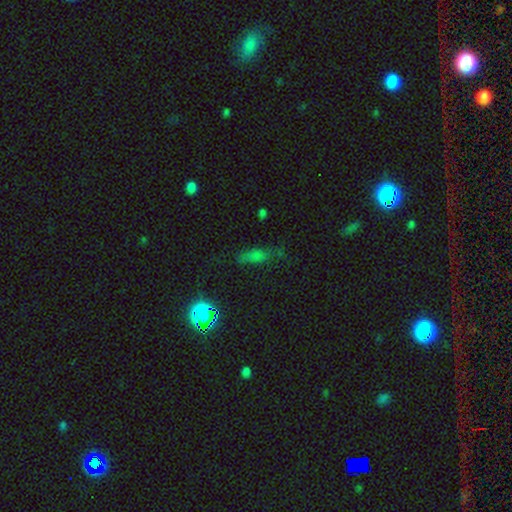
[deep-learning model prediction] This appears to be a smooth galaxy with no disk features (62%) that is in between round and cigar-shaped (51%). Merging: none (59%).